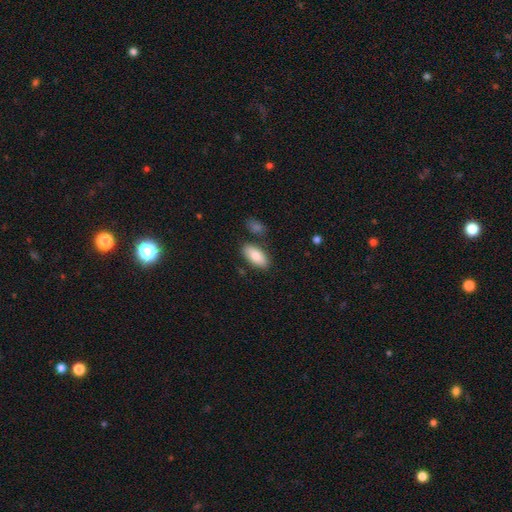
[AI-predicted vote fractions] Smooth or featured? Predicted: smooth (p=0.84). How rounded? Predicted: in between (p=0.91). Merging? Predicted: none (p=0.81).